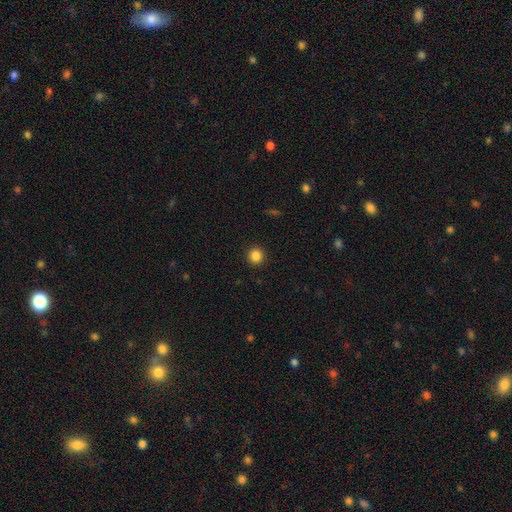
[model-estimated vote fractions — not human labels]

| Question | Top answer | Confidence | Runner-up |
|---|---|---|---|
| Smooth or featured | smooth | 86% | star or artifact (11%) |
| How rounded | round | 93% | in between (6%) |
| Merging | none | 93% | minor disturbance (5%) |